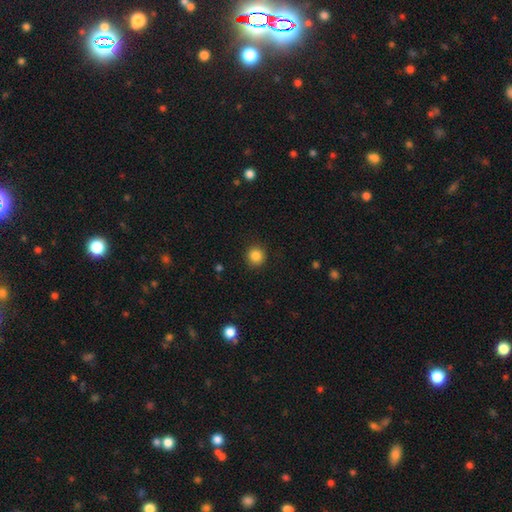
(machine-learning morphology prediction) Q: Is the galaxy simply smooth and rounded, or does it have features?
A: smooth — 85%.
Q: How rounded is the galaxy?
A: round — 93%.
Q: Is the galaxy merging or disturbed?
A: none — 90%.